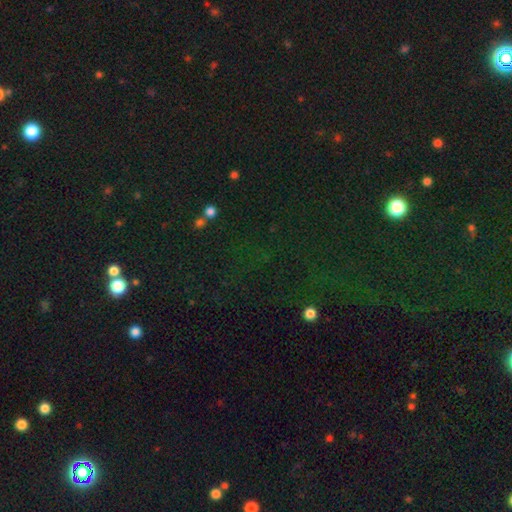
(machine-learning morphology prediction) smooth_or_featured: star or artifact (p=0.68) [alt: smooth p=0.22]